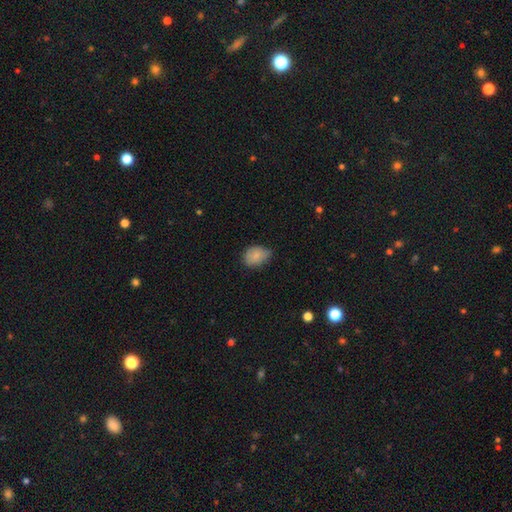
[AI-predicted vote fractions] smooth_or_featured: smooth (p=0.82) [alt: featured or disk p=0.10]
how_rounded: in between (p=0.70) [alt: round p=0.29]
merging: none (p=0.55) [alt: minor disturbance p=0.37]